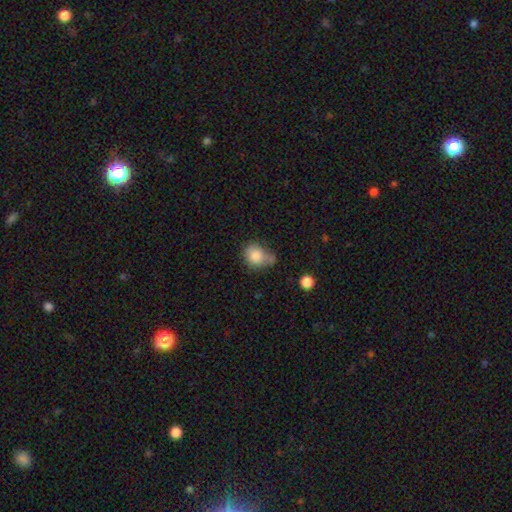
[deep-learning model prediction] This is clearly a smooth galaxy (83%). How rounded: possibly round (56%). Merging: marginally none (41%).